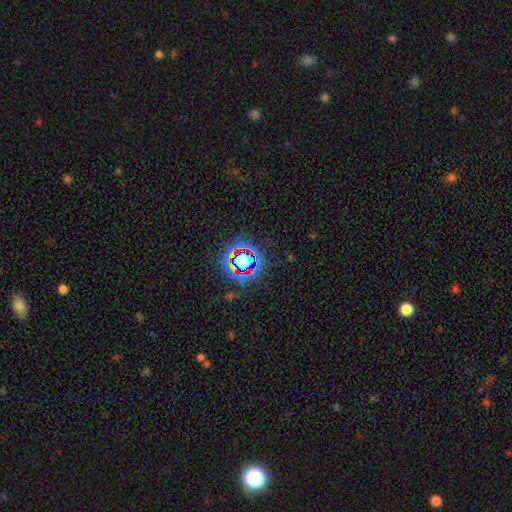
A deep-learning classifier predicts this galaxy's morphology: Smooth or featured? Predicted: star or artifact (p=0.79).